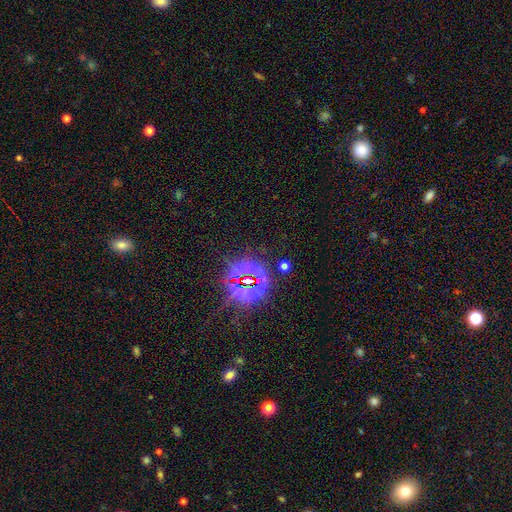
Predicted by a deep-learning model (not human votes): smooth_or_featured: star or artifact (p=0.83) [alt: smooth p=0.11]